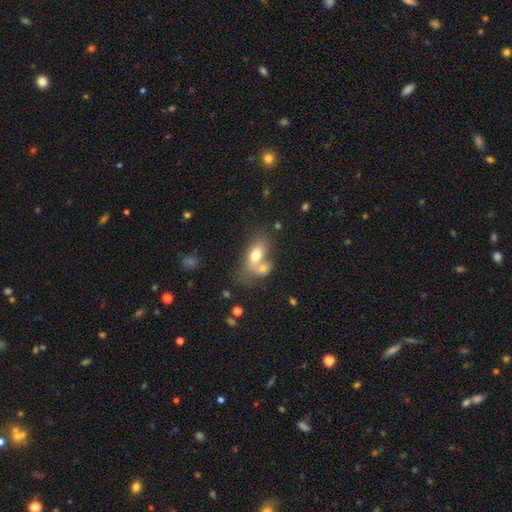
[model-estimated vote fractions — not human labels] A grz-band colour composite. It shows a smooth galaxy with no disk features (71%) that is in between round and cigar-shaped (85%). Merging: merger (58%).